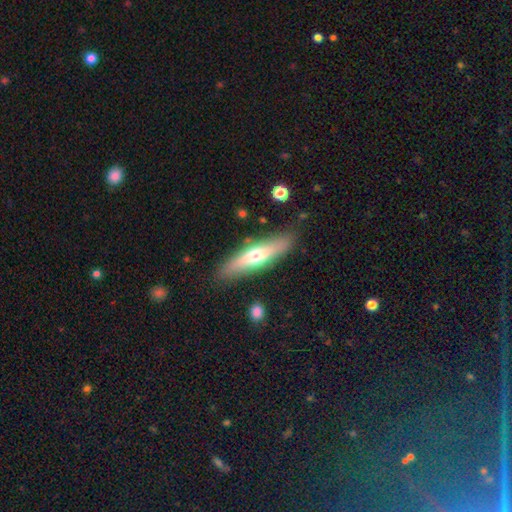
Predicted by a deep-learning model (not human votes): Smooth or featured?
  - smooth: 52% *
  - featured or disk: 42%
  - star or artifact: 6%
How rounded?
  - cigar-shaped: 73% *
  - in between: 25%
  - round: 2%
Merging?
  - none: 86% *
  - minor disturbance: 10%
  - major disturbance: 3%
  - merger: 2%